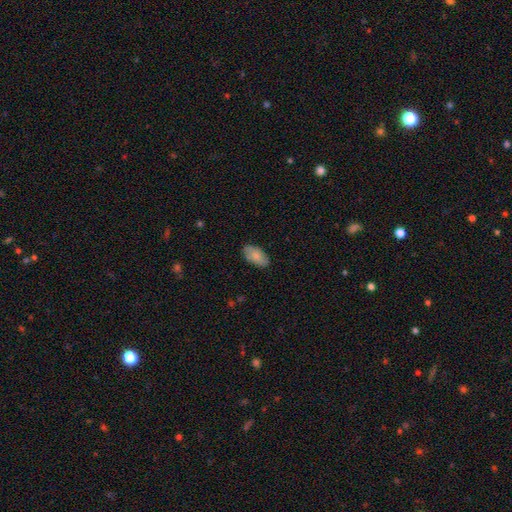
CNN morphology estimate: Smooth or featured? smooth (78%)
How rounded? in between (94%)
Merging? none (83%)